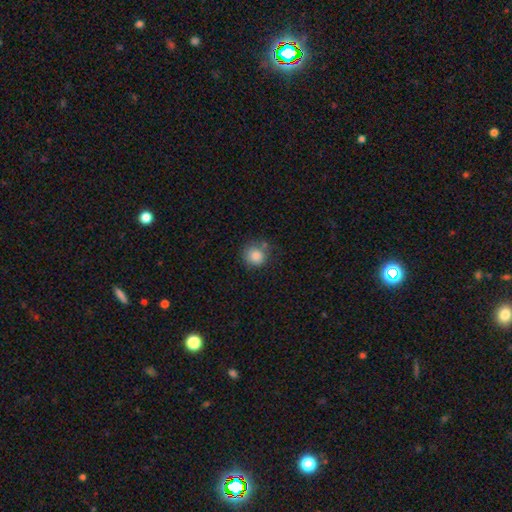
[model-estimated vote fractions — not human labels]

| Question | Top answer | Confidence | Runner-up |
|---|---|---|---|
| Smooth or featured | smooth | 84% | star or artifact (10%) |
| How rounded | round | 90% | in between (9%) |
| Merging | none | 69% | minor disturbance (18%) |